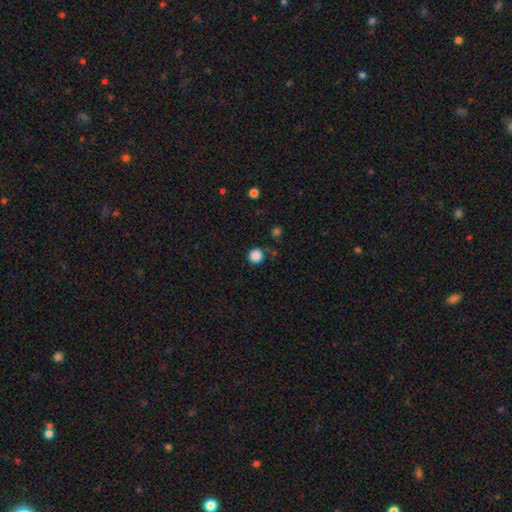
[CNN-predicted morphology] Smooth or featured?
  - smooth: 86% *
  - star or artifact: 11%
  - featured or disk: 3%
How rounded?
  - round: 95% *
  - in between: 4%
  - cigar-shaped: 1%
Merging?
  - none: 81% *
  - minor disturbance: 11%
  - major disturbance: 5%
  - merger: 4%